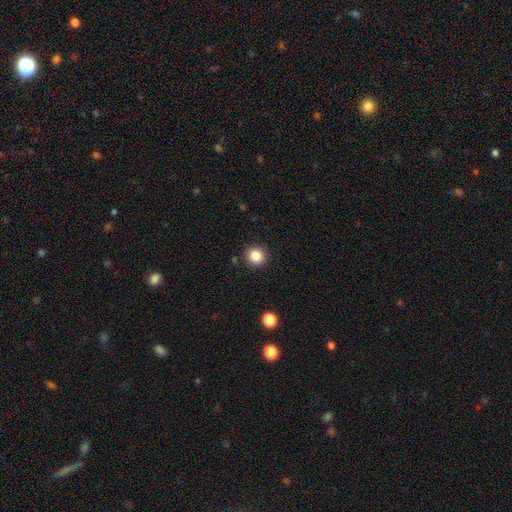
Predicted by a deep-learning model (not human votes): Smooth or featured? smooth (86%)
How rounded? round (91%)
Merging? none (91%)